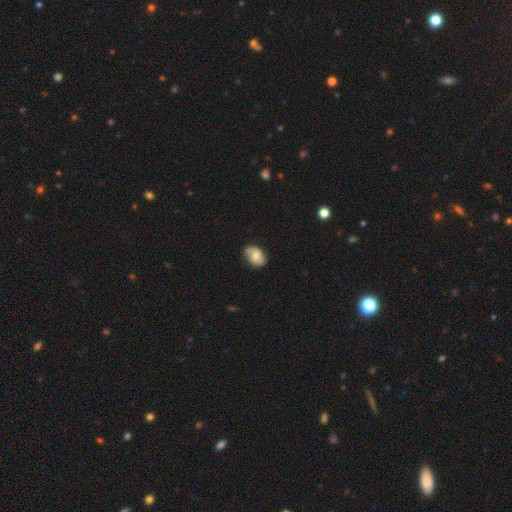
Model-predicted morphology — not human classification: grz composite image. It shows a smooth galaxy with no disk features (48%). Merging: none (74%).